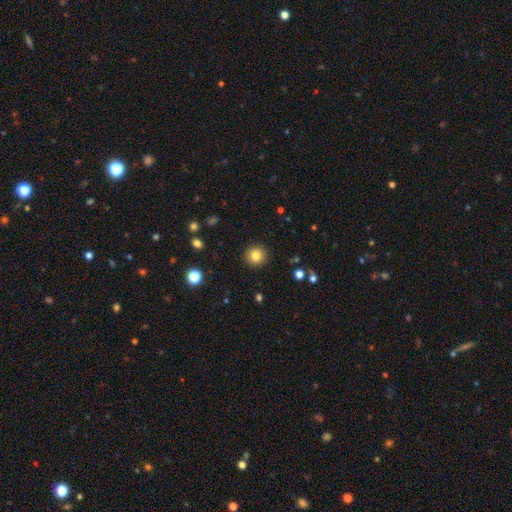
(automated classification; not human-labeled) Q: Smooth or featured?
A: smooth (82%); runner-up: star or artifact (11%)
Q: How rounded?
A: round (94%); runner-up: in between (5%)
Q: Merging?
A: none (92%); runner-up: minor disturbance (5%)